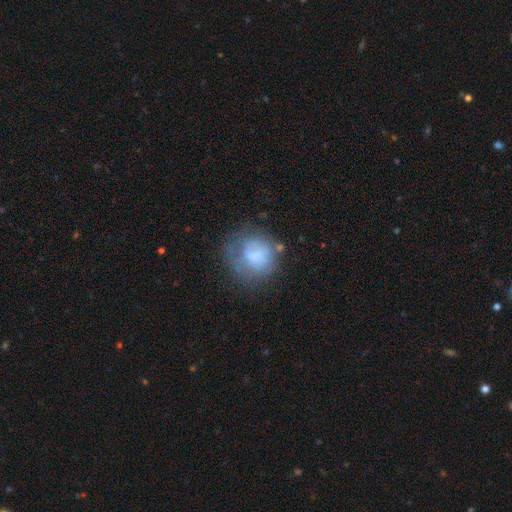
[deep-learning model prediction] smooth_or_featured: smooth (p=0.56) [alt: featured or disk p=0.33]
how_rounded: round (p=0.77) [alt: in between p=0.22]
merging: none (p=0.44) [alt: major disturbance p=0.26]